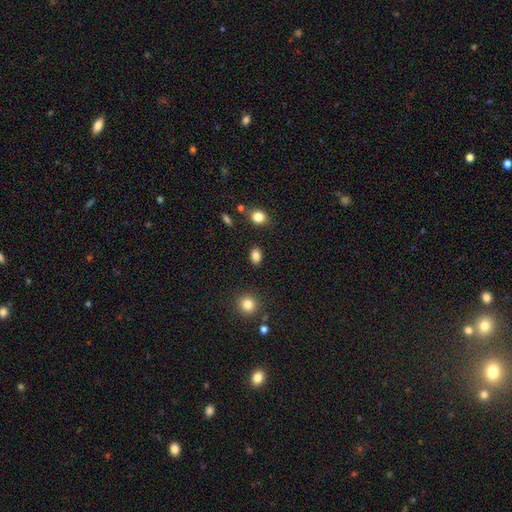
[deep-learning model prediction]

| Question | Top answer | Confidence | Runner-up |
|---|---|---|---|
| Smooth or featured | smooth | 85% | star or artifact (10%) |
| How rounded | in between | 76% | round (22%) |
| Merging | none | 87% | minor disturbance (8%) |